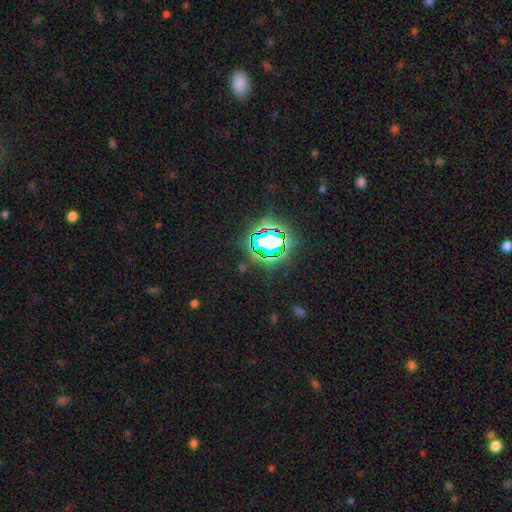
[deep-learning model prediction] The model was most divided on "smooth or featured": star or artifact: 77%, smooth: 14%, featured or disk: 9%.